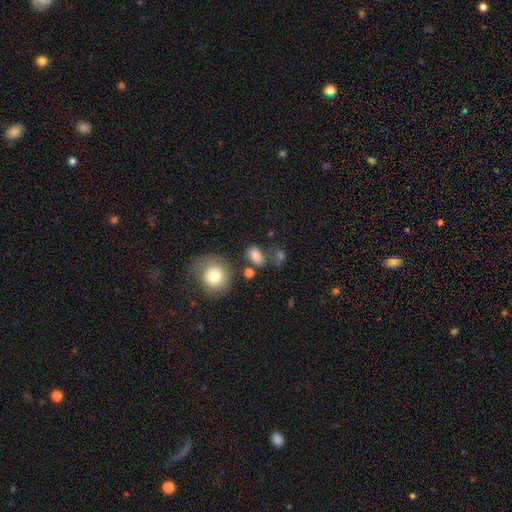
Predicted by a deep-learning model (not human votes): Smooth or featured: smooth — 79% (star or artifact — 11%)
How rounded: in between — 77% (round — 21%)
Merging: none — 59% (minor disturbance — 18%)